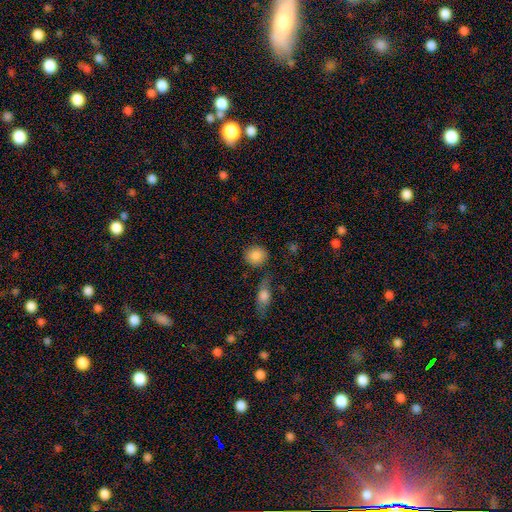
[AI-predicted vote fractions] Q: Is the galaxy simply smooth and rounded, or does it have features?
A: smooth — 86%.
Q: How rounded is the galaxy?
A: round — 83%.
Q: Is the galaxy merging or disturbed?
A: none — 77%.